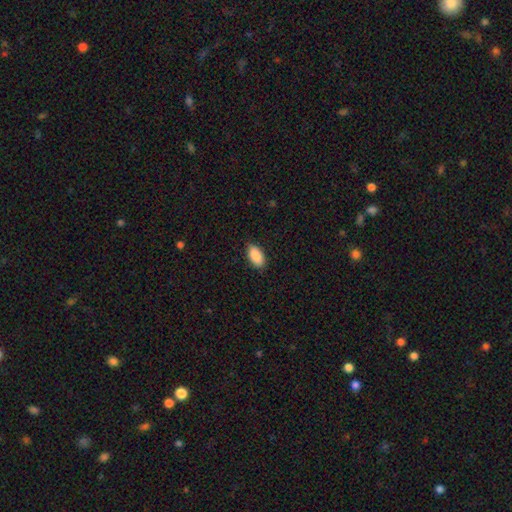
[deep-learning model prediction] A smooth galaxy with no disk features (90%) that is in between round and cigar-shaped (93%).

Vote fractions:
- Smooth or featured? smooth: 90% / star or artifact: 6% / featured or disk: 4%
- How rounded? in between: 93% / cigar-shaped: 4% / round: 3%
- Merging? none: 87% / minor disturbance: 10% / major disturbance: 2% / merger: 1%